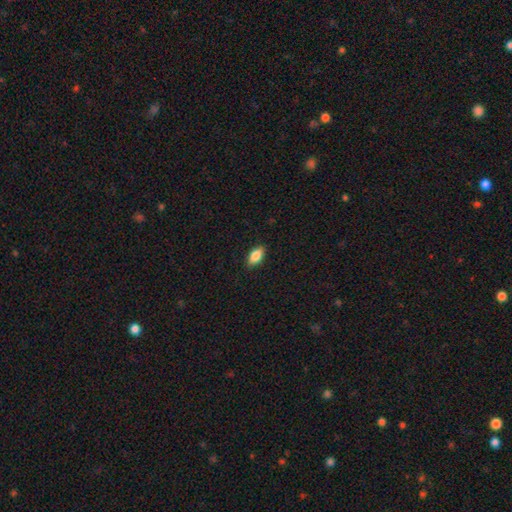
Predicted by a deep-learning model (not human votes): smooth-or-featured: smooth: 85% | featured or disk: 8% | star or artifact: 7%
  how-rounded: in between: 90% | cigar-shaped: 6% | round: 4%
  merging: none: 88% | minor disturbance: 9% | major disturbance: 2% | merger: 1%